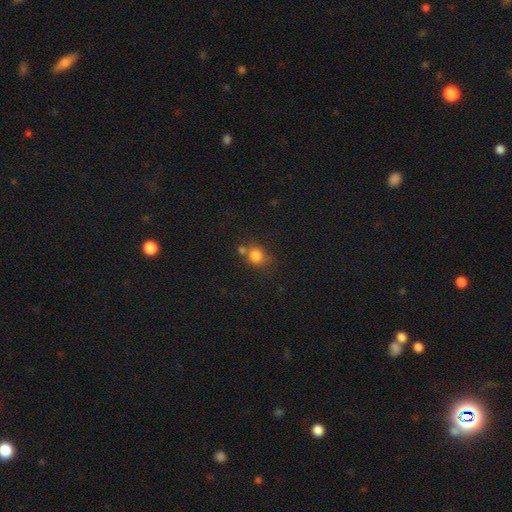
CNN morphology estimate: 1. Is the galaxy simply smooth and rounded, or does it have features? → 81% smooth, 12% star or artifact, 7% featured or disk.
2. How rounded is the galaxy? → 75% round, 24% in between, 1% cigar-shaped.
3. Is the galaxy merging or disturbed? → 54% none, 26% merger, 14% minor disturbance, 5% major disturbance.